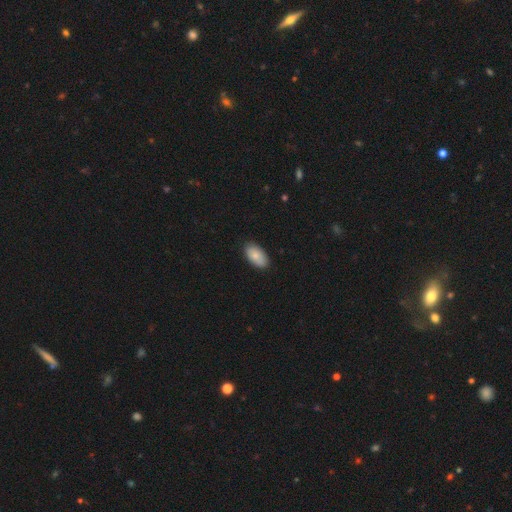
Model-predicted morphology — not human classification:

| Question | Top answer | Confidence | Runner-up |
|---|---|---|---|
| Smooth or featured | smooth | 84% | featured or disk (10%) |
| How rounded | in between | 95% | round (3%) |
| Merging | none | 86% | minor disturbance (11%) |